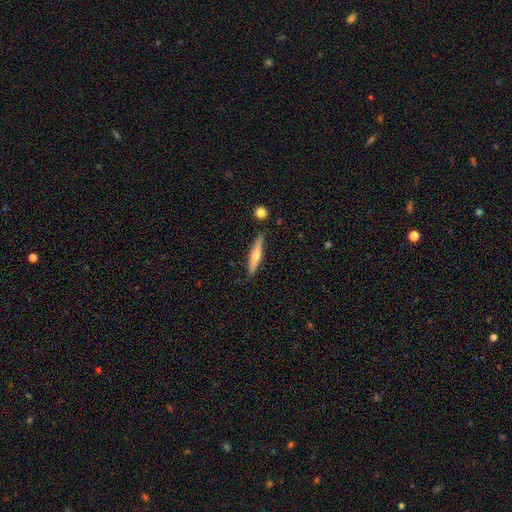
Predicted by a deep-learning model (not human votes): Morphology: type=featured or disk (60%); edge-on=yes (96%); edge-on bulge=rounded (87%); merging=none (87%).